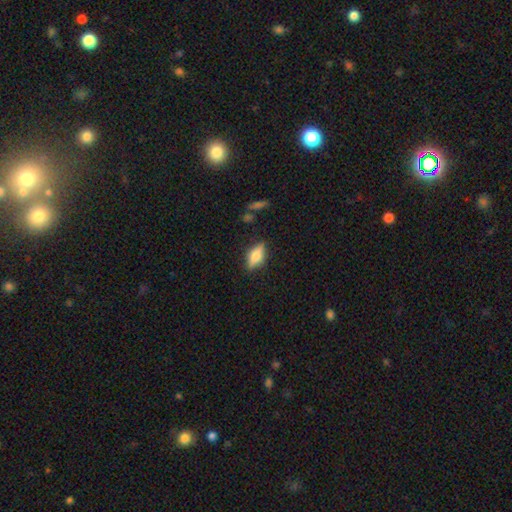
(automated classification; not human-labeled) This appears to be a smooth galaxy with no disk features (51%) that is in between round and cigar-shaped (69%). Merging: none (81%).